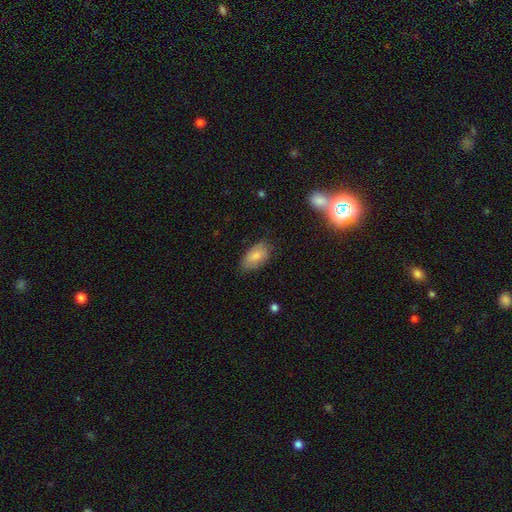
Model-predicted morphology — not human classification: smooth_or_featured: smooth (p=0.78) [alt: featured or disk p=0.15]
how_rounded: in between (p=0.93) [alt: round p=0.04]
merging: none (p=0.71) [alt: minor disturbance p=0.23]